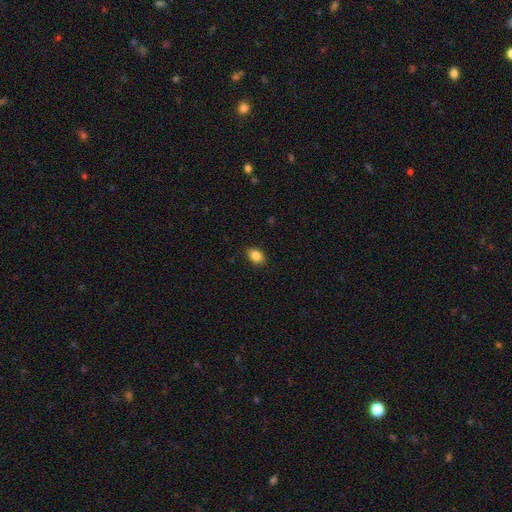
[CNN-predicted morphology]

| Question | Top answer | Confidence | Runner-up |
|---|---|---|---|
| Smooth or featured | smooth | 87% | star or artifact (8%) |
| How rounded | in between | 85% | round (14%) |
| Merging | none | 87% | minor disturbance (9%) |